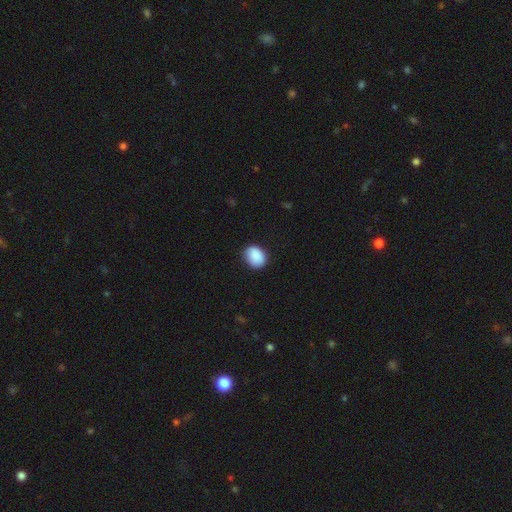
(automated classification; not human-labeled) This appears to be a smooth galaxy with no disk features (89%) that is in between round and cigar-shaped (53%). Merging: none (82%).